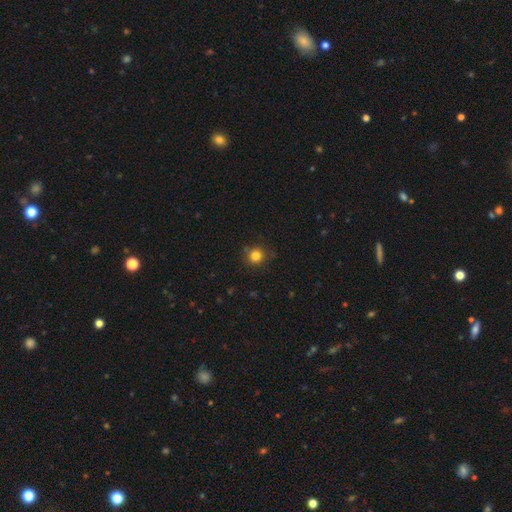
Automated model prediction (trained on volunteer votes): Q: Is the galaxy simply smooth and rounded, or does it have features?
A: smooth — 82%.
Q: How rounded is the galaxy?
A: round — 92%.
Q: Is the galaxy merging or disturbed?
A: none — 86%.